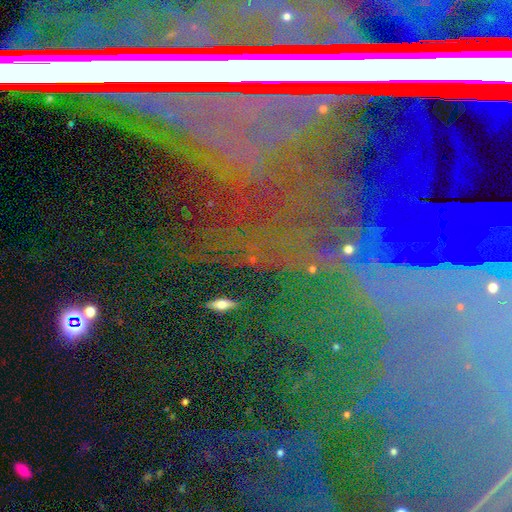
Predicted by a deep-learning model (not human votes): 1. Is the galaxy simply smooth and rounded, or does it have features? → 74% star or artifact, 16% featured or disk, 10% smooth.